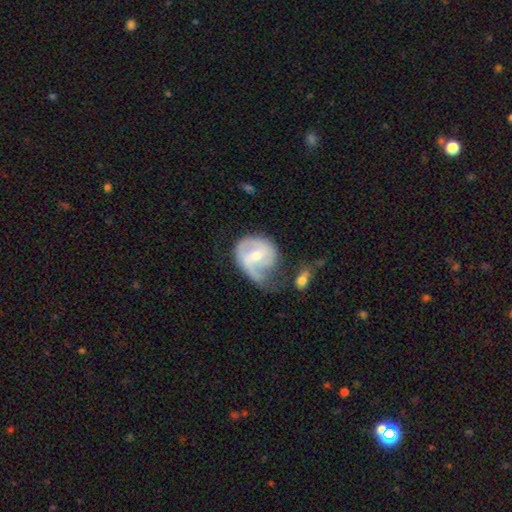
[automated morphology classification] This is likely a featured or disk galaxy (71%). It is clearly not viewed edge-on (97%). Bar: possibly weak (49%). Spiral arm pattern: clearly yes (85%). Spiral arm count: possibly 2 (53%). Spiral winding: marginally medium (43%). Central bulge: possibly small (48%). Merging: marginally minor disturbance (32%, tied with none).